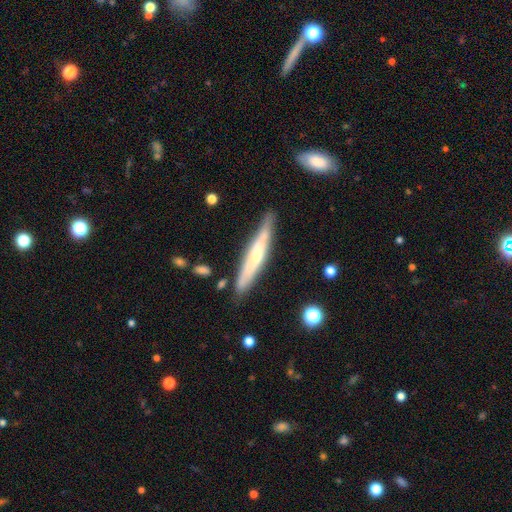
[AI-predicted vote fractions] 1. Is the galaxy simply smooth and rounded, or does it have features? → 52% featured or disk, 42% smooth, 6% star or artifact.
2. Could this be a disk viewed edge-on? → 88% yes, 12% no.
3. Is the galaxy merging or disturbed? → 78% none, 16% minor disturbance, 3% merger, 3% major disturbance.